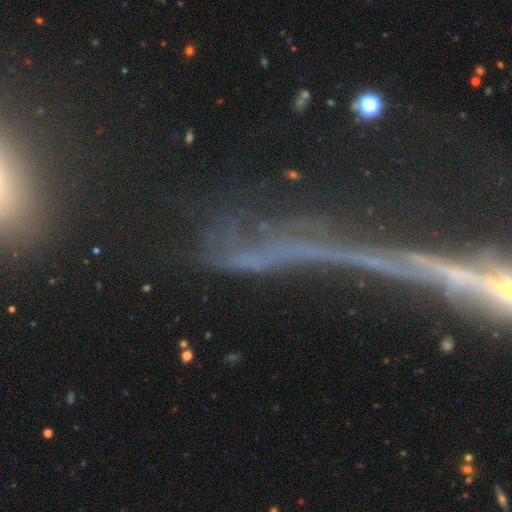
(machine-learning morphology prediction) Overall: star or artifact (51%; featured or disk 33%).